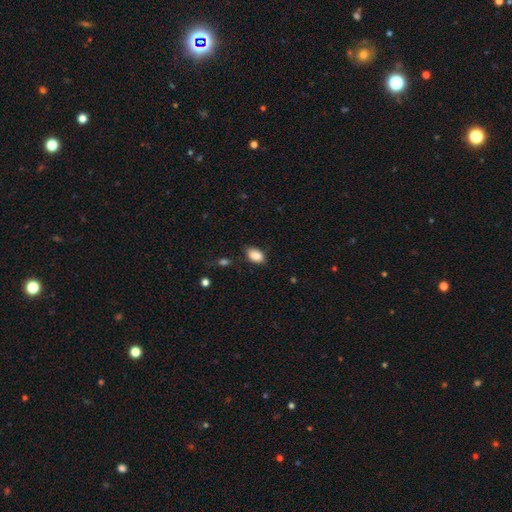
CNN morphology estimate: Smooth or featured? smooth (88%)
How rounded? in between (89%)
Merging? none (79%)